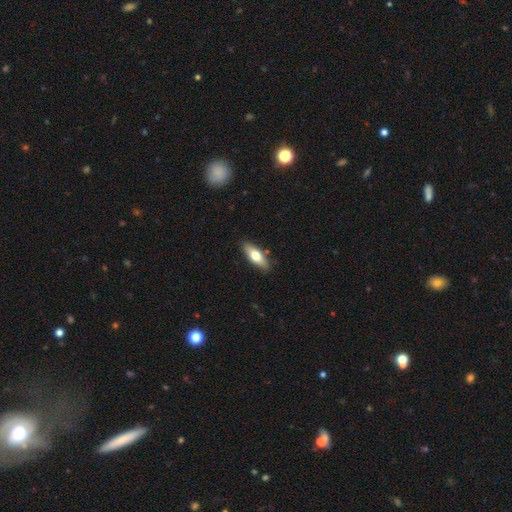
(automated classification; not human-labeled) smooth 65%, featured or disk 29%, star or artifact 6%. Down the decision tree: how rounded — in between (64%); merging — none (86%).